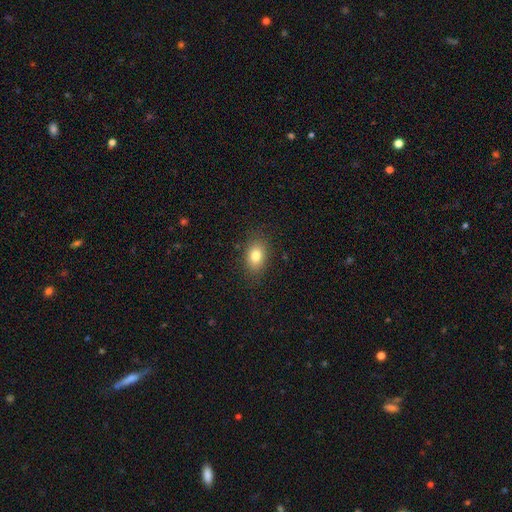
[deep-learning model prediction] Morphology: type=smooth (80%); roundness=in between (78%); merging=none (85%).